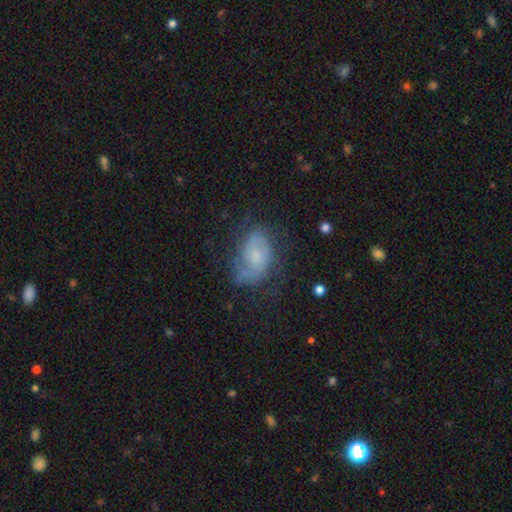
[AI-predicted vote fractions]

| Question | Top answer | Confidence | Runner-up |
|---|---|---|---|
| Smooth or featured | featured or disk | 61% | smooth (30%) |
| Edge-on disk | no | 97% | yes (3%) |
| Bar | no | 68% | weak (27%) |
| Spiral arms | yes | 83% | no (17%) |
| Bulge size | small | 44% | moderate (29%) |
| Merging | none | 56% | minor disturbance (24%) |